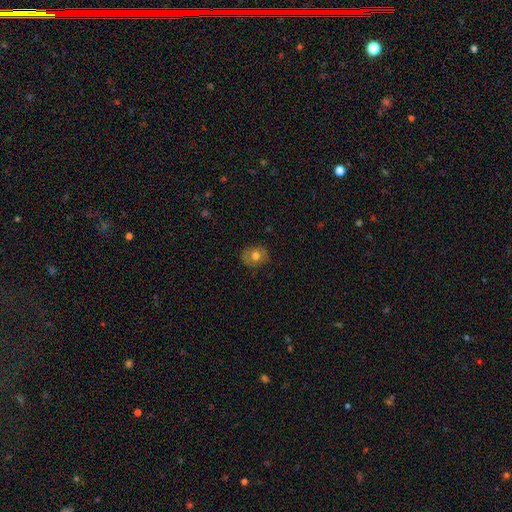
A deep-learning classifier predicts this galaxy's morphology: Smooth or featured? Predicted: smooth (p=0.70). How rounded? Predicted: round (p=0.68). Merging? Predicted: none (p=0.82).